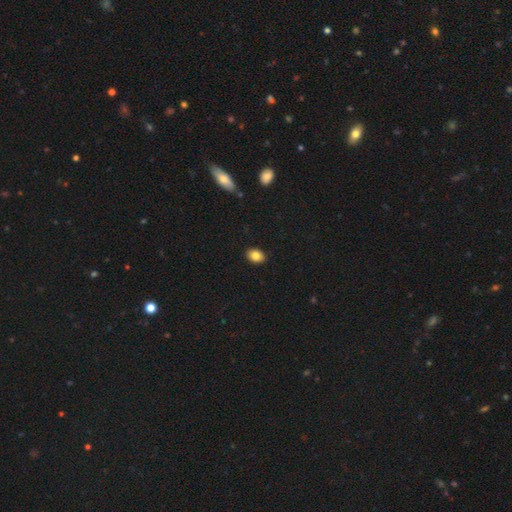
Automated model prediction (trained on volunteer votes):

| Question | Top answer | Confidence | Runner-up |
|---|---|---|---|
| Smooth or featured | smooth | 84% | star or artifact (9%) |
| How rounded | in between | 77% | round (22%) |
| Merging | none | 90% | minor disturbance (7%) |